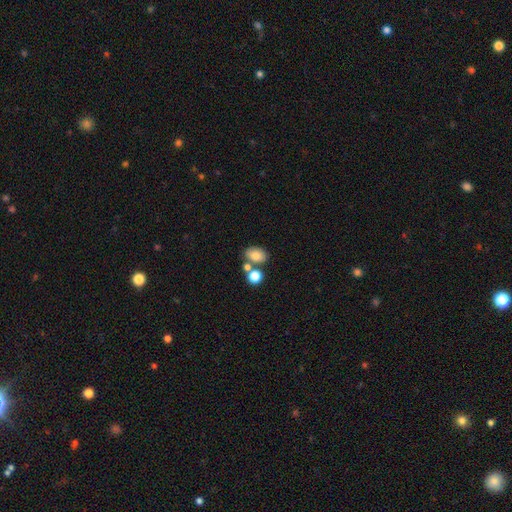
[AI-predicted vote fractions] Smooth or featured?
  - smooth: 79% *
  - star or artifact: 11%
  - featured or disk: 11%
How rounded?
  - in between: 75% *
  - round: 24%
  - cigar-shaped: 1%
Merging?
  - none: 61% *
  - merger: 24%
  - minor disturbance: 11%
  - major disturbance: 4%